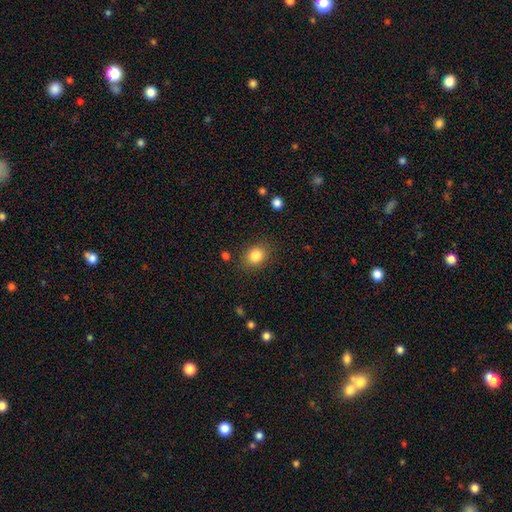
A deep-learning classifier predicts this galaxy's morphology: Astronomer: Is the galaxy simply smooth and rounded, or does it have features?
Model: smooth — 84%.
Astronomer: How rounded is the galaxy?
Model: in between — 52% (runner-up: round, 47%).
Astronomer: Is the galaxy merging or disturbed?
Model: none — 84%.